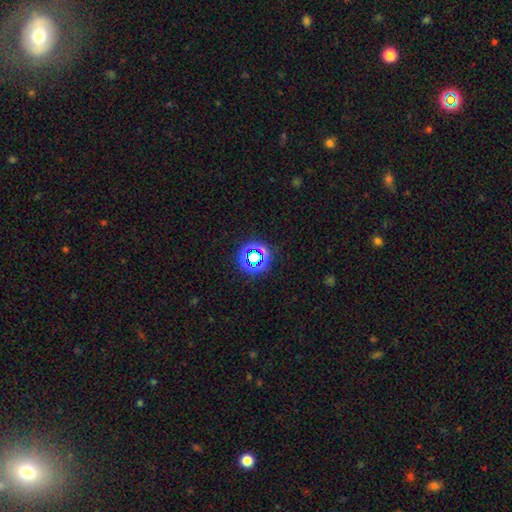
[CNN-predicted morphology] This is possibly a star or artifact rather than a galaxy (57%).